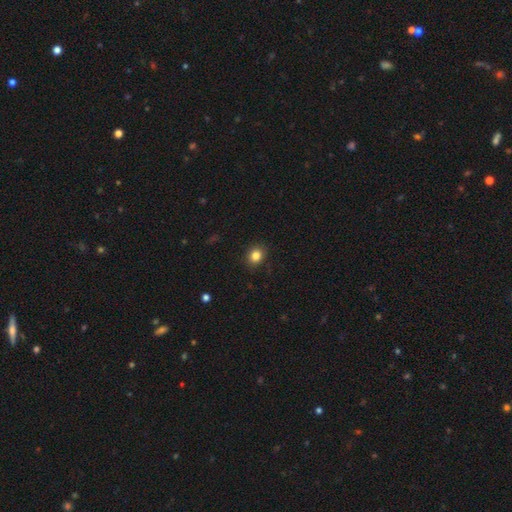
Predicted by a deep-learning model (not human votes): The model was most divided on "how rounded": round: 69%, in between: 30%, cigar-shaped: 1%. More confident: merging — none (89%); smooth or featured — smooth (84%).